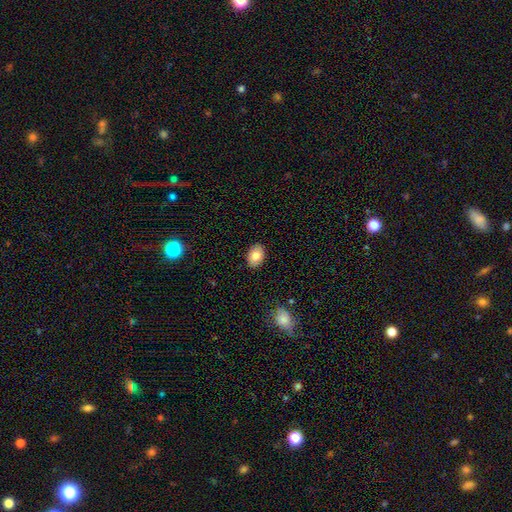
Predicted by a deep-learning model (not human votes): Smooth or featured: smooth — 83% (featured or disk — 10%)
How rounded: in between — 84% (round — 15%)
Merging: none — 88% (minor disturbance — 9%)